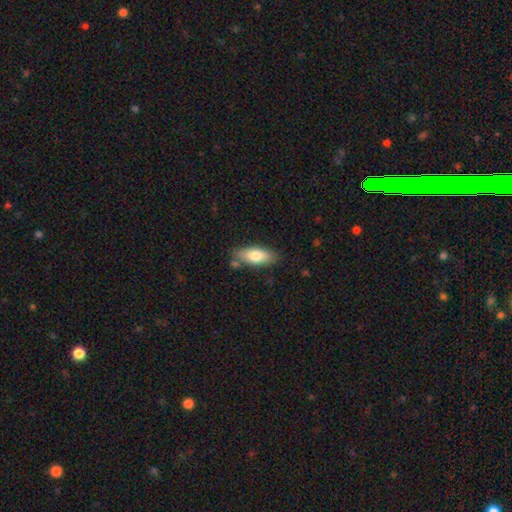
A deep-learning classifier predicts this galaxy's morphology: Q: Smooth or featured?
A: smooth (76%); runner-up: featured or disk (17%)
Q: How rounded?
A: in between (77%); runner-up: cigar-shaped (21%)
Q: Merging?
A: none (77%); runner-up: minor disturbance (15%)